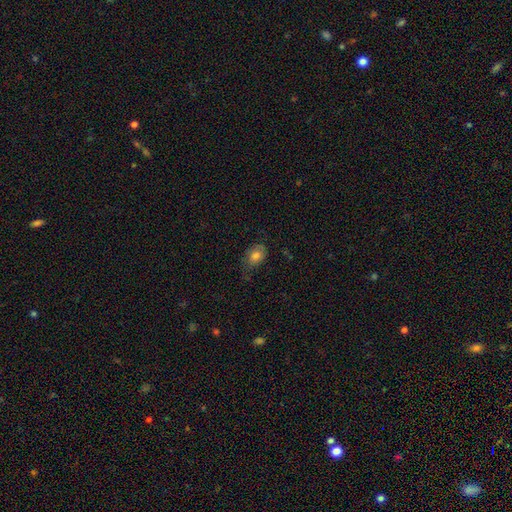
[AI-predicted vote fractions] A smooth galaxy with no disk features (79%) that is in between round and cigar-shaped (78%). Merging: none (60%).